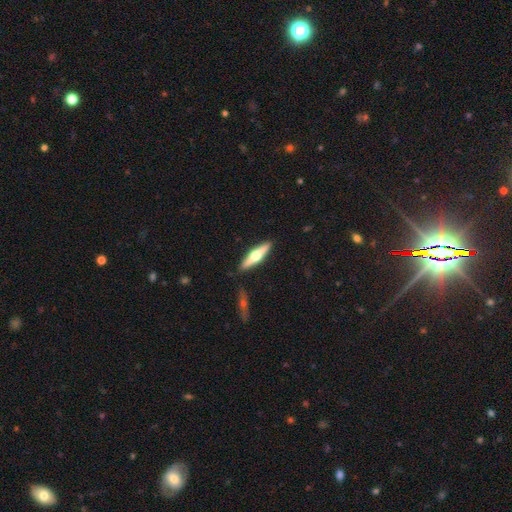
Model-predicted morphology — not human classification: Q: Smooth or featured?
A: featured or disk (63%); runner-up: smooth (32%)
Q: Edge-on disk?
A: yes (96%); runner-up: no (4%)
Q: Edge-on bulge?
A: rounded (95%); runner-up: boxy (3%)
Q: Merging?
A: none (89%); runner-up: minor disturbance (7%)